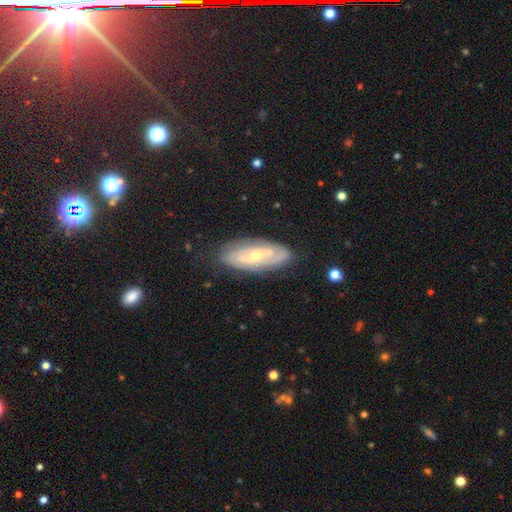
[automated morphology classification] Smooth or featured? featured or disk (76%)
Edge-on disk? no (88%)
Bar? no (52%)
Spiral arms? yes (84%)
Spiral winding? tight (64%)
Spiral arm count? can't tell (41%)
Bulge size? small (60%)
Merging? none (80%)